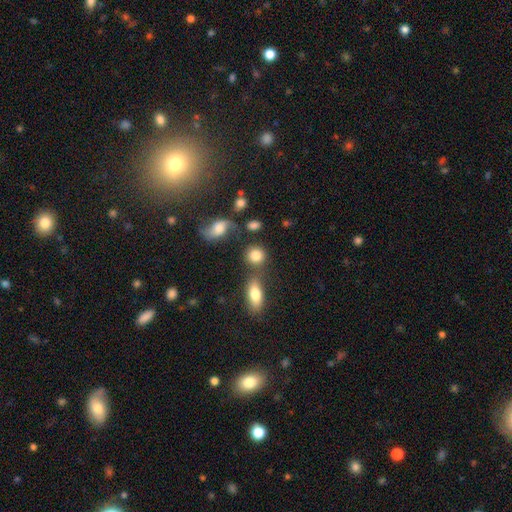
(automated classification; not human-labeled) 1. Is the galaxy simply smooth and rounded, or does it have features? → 82% smooth, 9% featured or disk, 9% star or artifact.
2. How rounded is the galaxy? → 77% round, 21% in between, 2% cigar-shaped.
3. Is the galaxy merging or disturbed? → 62% none, 20% merger, 12% minor disturbance, 6% major disturbance.